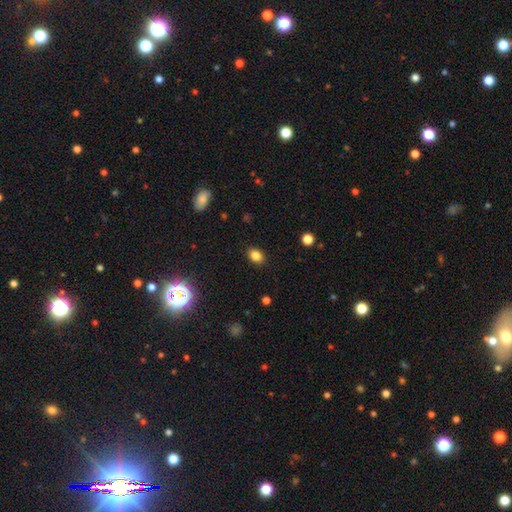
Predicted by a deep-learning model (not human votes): A smooth galaxy with no disk features (83%) that is in between round and cigar-shaped (66%).

Vote fractions:
- Smooth or featured? smooth: 83% / star or artifact: 12% / featured or disk: 5%
- How rounded? in between: 66% / round: 32% / cigar-shaped: 1%
- Merging? none: 89% / minor disturbance: 8% / major disturbance: 2% / merger: 1%